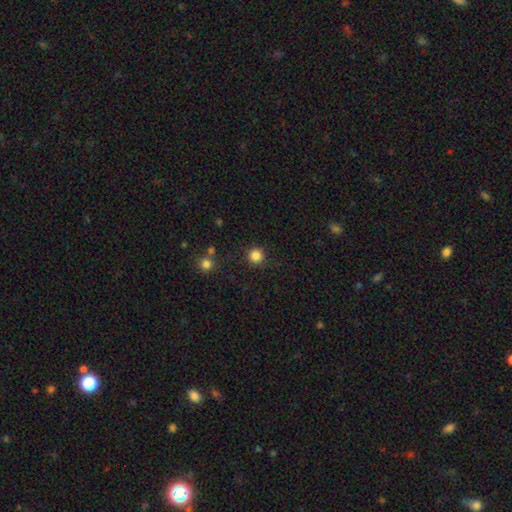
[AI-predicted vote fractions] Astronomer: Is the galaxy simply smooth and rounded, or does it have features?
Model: smooth — 84%.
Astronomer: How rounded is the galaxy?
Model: round — 95%.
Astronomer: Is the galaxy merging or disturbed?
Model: none — 89%.